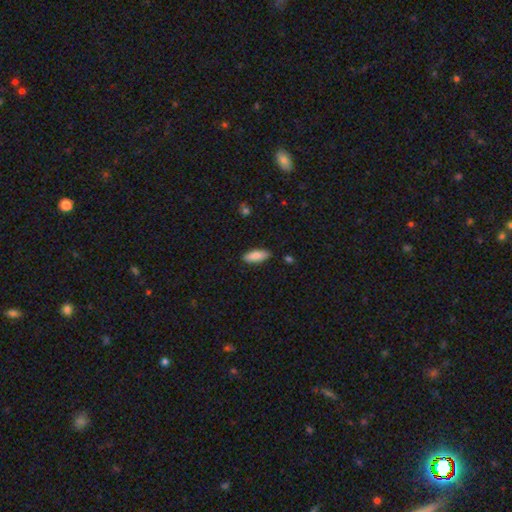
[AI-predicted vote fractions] Morphology: type=smooth (85%); roundness=in between (71%); merging=none (85%).